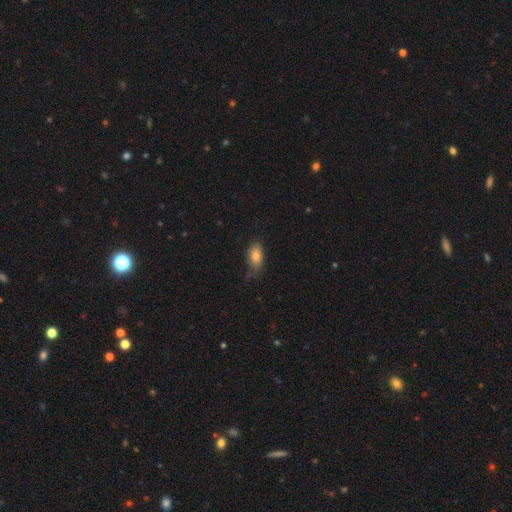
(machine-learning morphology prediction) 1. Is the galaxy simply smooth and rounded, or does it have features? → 82% smooth, 10% featured or disk, 8% star or artifact.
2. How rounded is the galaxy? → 90% in between, 6% round, 4% cigar-shaped.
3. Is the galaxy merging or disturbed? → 57% none, 31% minor disturbance, 9% major disturbance, 2% merger.